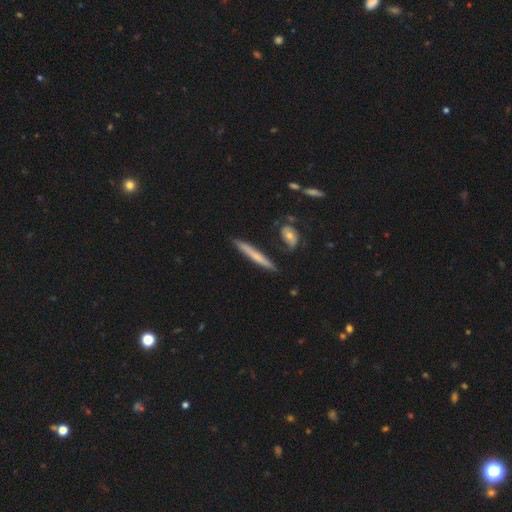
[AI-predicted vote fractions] Morphology: type=smooth (51%); roundness=cigar-shaped (94%); merging=none (83%).